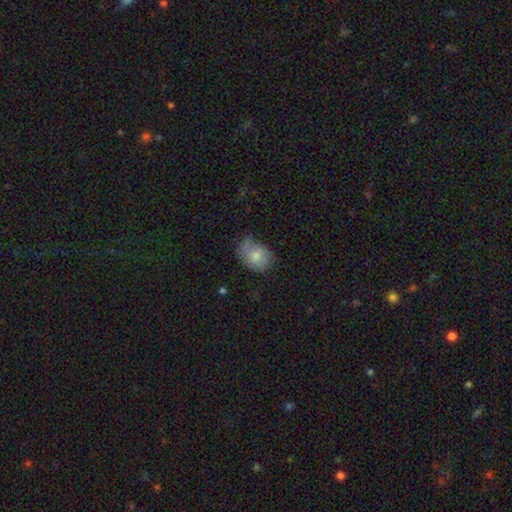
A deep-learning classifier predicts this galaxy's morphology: Smooth or featured? Predicted: smooth (p=0.70). How rounded? Predicted: in between (p=0.63). Merging? Predicted: none (p=0.50).